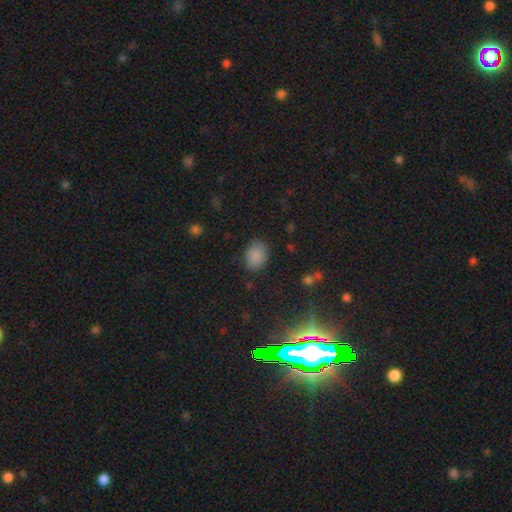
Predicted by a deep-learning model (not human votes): A smooth galaxy with no disk features (85%) that is in between round and cigar-shaped (62%). Merging: none (83%).